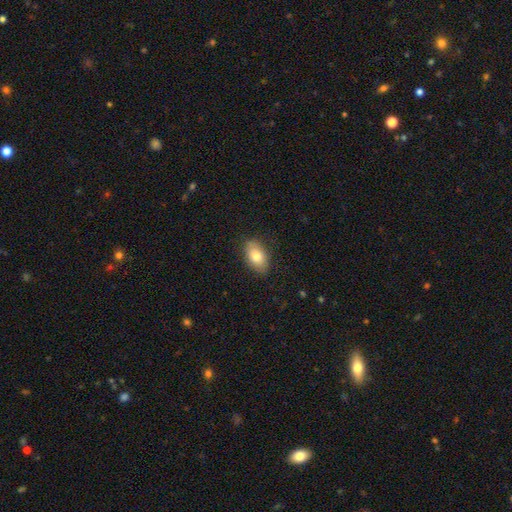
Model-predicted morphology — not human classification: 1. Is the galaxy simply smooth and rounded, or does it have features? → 80% smooth, 13% featured or disk, 7% star or artifact.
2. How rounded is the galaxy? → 91% in between, 7% round, 2% cigar-shaped.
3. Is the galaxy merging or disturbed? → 85% none, 12% minor disturbance, 2% major disturbance, 1% merger.